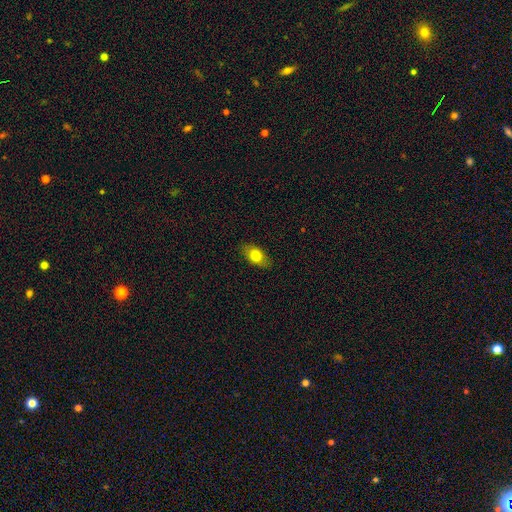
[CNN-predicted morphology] The model was most divided on "smooth or featured": smooth: 77%, featured or disk: 16%, star or artifact: 7%. More confident: how rounded — in between (85%); merging — none (85%).